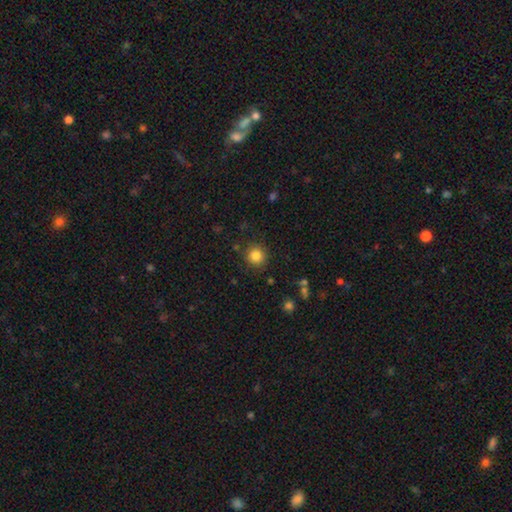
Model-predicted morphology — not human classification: Q: Smooth or featured?
A: smooth (84%); runner-up: star or artifact (11%)
Q: How rounded?
A: round (93%); runner-up: in between (6%)
Q: Merging?
A: none (88%); runner-up: minor disturbance (7%)